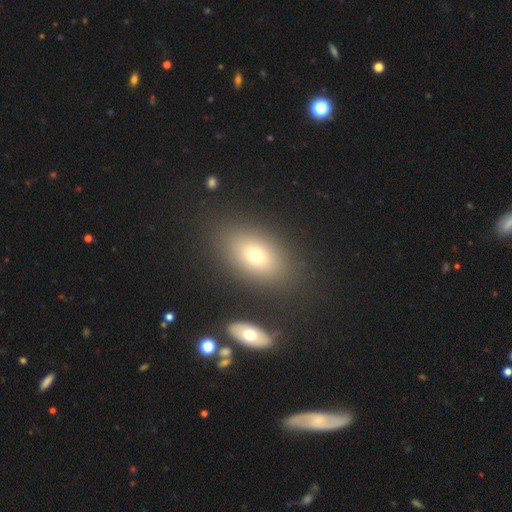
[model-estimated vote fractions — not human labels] smooth-or-featured: smooth: 69% | featured or disk: 18% | star or artifact: 13%
  how-rounded: in between: 83% | round: 15% | cigar-shaped: 3%
  merging: none: 80% | minor disturbance: 10% | merger: 5% | major disturbance: 4%